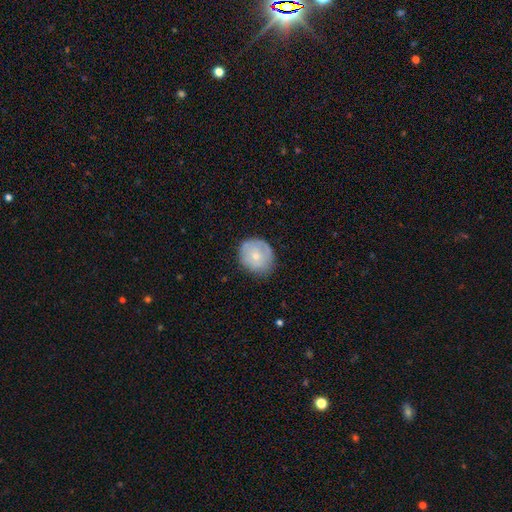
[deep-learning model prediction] smooth_or_featured: smooth (p=0.62) [alt: featured or disk p=0.31]
how_rounded: round (p=0.79) [alt: in between p=0.20]
merging: none (p=0.72) [alt: minor disturbance p=0.21]